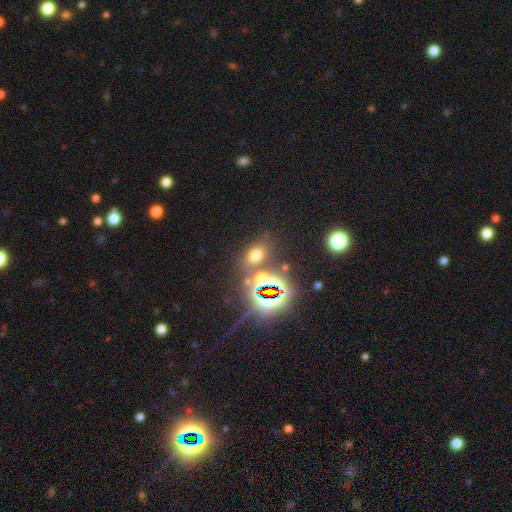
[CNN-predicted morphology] Smooth or featured? Predicted: smooth (p=0.53). How rounded? Predicted: in between (p=0.64). Merging? Predicted: none (p=0.71).